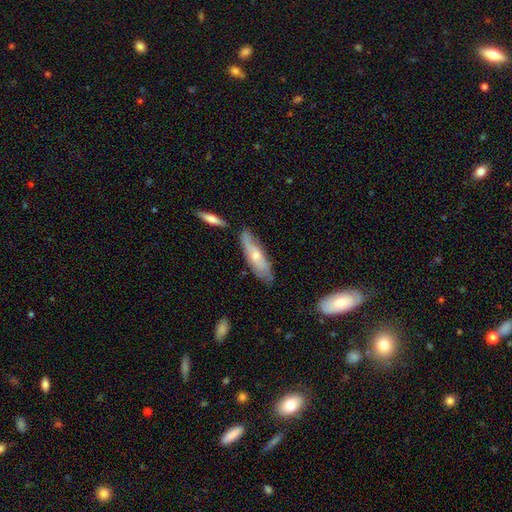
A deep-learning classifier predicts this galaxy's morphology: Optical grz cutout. It shows a smooth galaxy with no disk features (47%). Merging: none (67%).